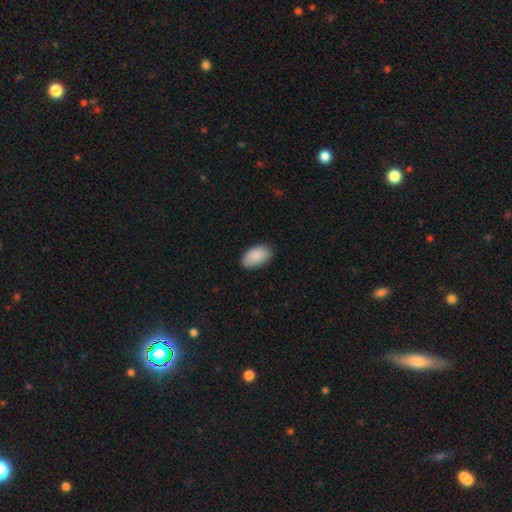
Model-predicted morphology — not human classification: type=smooth (90%); roundness=in between (95%); merging=none (84%).